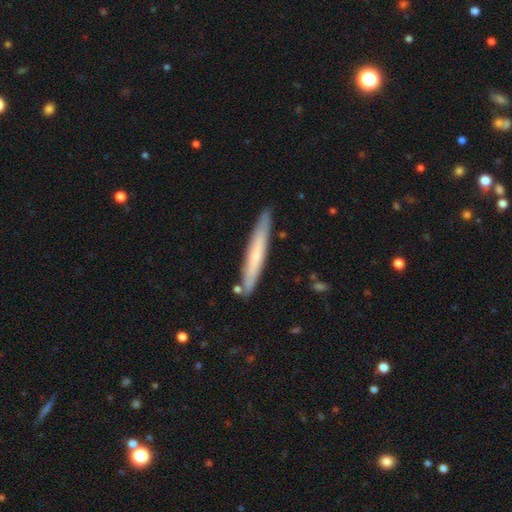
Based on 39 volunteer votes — Volunteers were most divided on "smooth or featured": smooth: 64%, featured or disk: 28%, star or artifact: 8%. More confident: how rounded — cigar-shaped (96%); merging — none (92%).